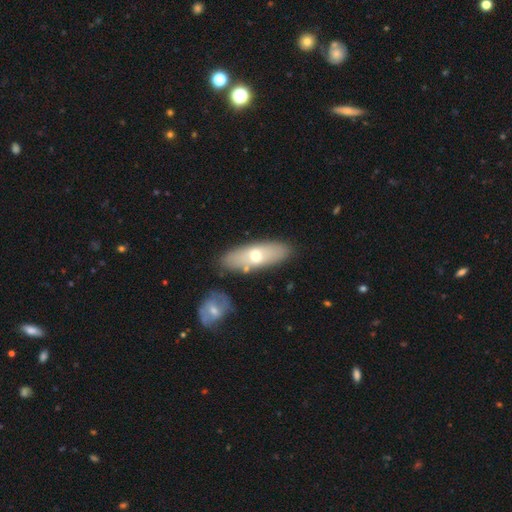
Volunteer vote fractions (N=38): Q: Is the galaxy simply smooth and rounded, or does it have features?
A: smooth — 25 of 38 (66%).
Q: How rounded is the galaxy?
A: in between — 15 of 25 (60%).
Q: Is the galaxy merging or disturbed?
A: none — 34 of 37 (92%).